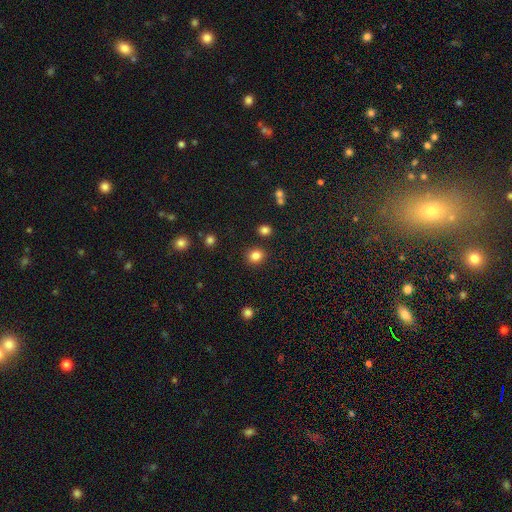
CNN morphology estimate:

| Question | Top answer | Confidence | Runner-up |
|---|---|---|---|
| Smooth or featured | smooth | 85% | star or artifact (11%) |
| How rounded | round | 76% | in between (24%) |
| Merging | none | 87% | minor disturbance (7%) |